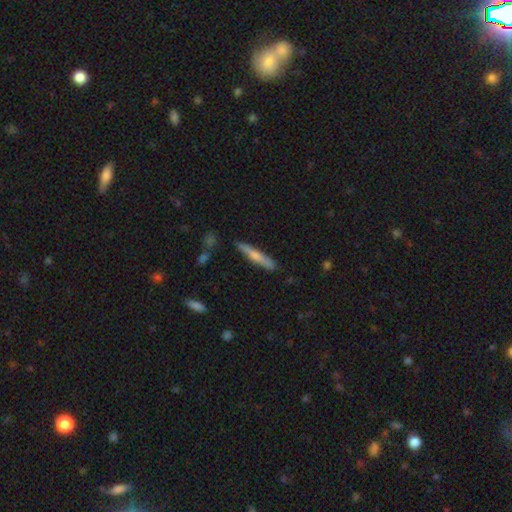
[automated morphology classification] A smooth galaxy with no disk features (56%) that is cigar-shaped (92%). Merging: none (86%).